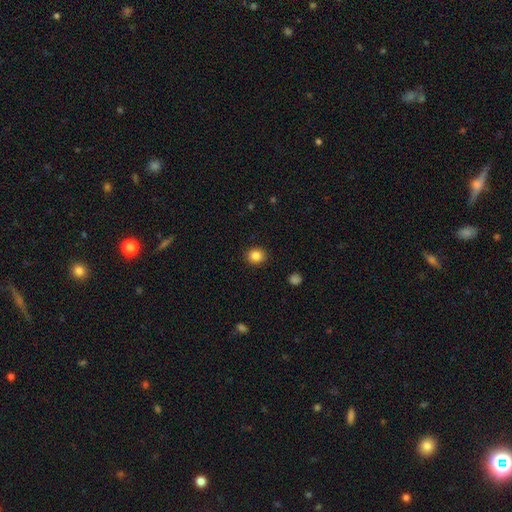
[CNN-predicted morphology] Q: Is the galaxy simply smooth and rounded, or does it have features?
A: smooth — 86%.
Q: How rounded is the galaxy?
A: round — 73%.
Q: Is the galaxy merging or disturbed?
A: none — 90%.